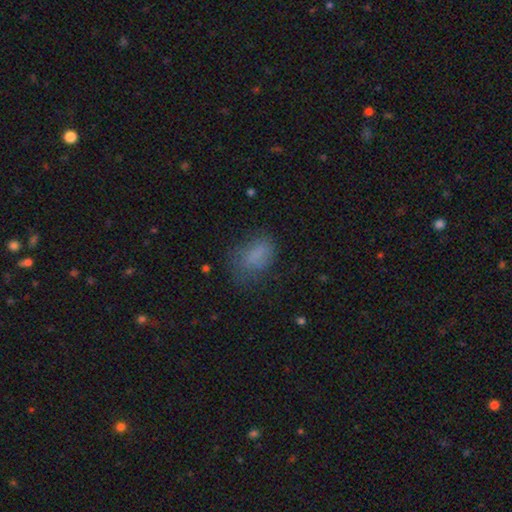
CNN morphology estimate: This appears to be a smooth galaxy with no disk features (77%) that is in between round and cigar-shaped (86%). Merging: none (55%).